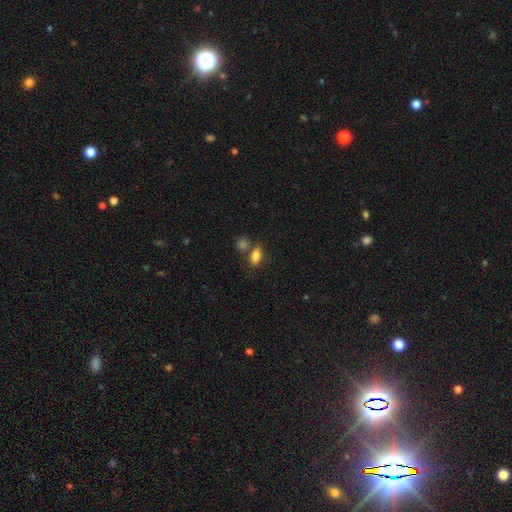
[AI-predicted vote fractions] Q: Smooth or featured?
A: smooth (82%); runner-up: featured or disk (9%)
Q: How rounded?
A: in between (83%); runner-up: cigar-shaped (9%)
Q: Merging?
A: none (62%); runner-up: merger (21%)